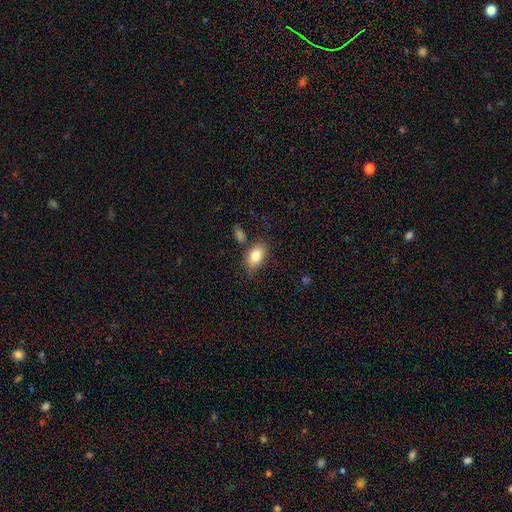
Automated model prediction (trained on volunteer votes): Smooth or featured?
  - smooth: 82% *
  - featured or disk: 11%
  - star or artifact: 7%
How rounded?
  - in between: 91% *
  - round: 7%
  - cigar-shaped: 2%
Merging?
  - none: 76% *
  - minor disturbance: 14%
  - merger: 7%
  - major disturbance: 4%